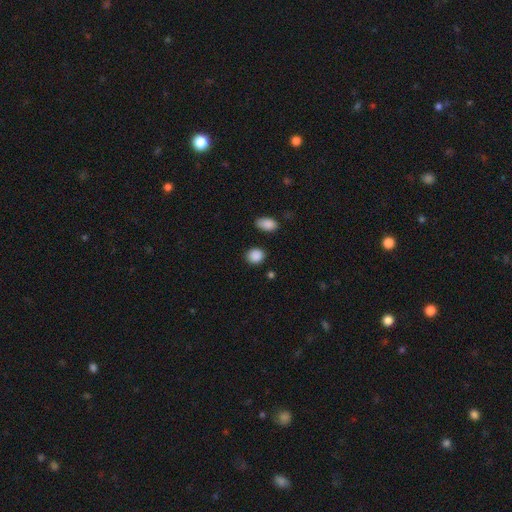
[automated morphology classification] This is clearly a smooth galaxy (89%). How rounded: likely round (67%). Merging: clearly none (86%).